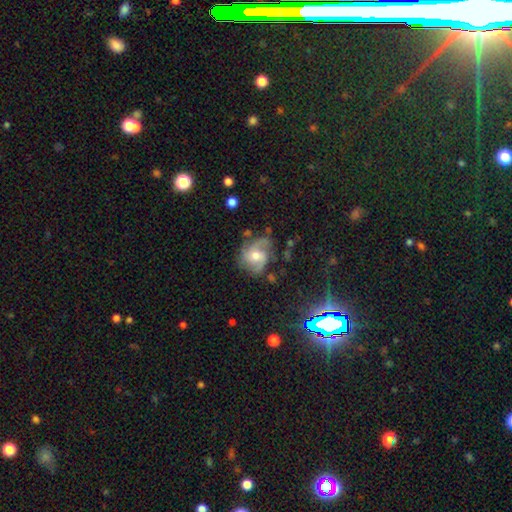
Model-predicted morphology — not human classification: Q: Smooth or featured?
A: featured or disk (72%); runner-up: smooth (20%)
Q: Edge-on disk?
A: no (97%); runner-up: yes (3%)
Q: Bar?
A: no (63%); runner-up: weak (31%)
Q: Spiral arms?
A: yes (92%); runner-up: no (8%)
Q: Spiral winding?
A: medium (48%); runner-up: tight (26%)
Q: Spiral arm count?
A: 2 (46%); runner-up: 3 (27%)
Q: Bulge size?
A: moderate (66%); runner-up: small (25%)
Q: Merging?
A: none (61%); runner-up: minor disturbance (24%)